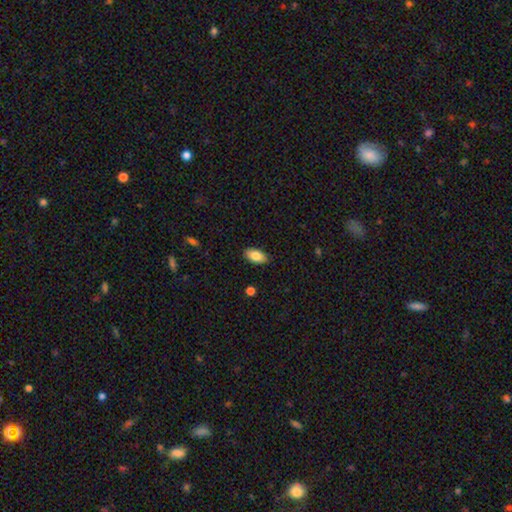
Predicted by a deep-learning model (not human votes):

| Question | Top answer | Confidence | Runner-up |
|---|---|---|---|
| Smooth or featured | smooth | 84% | featured or disk (9%) |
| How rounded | in between | 93% | cigar-shaped (4%) |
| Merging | none | 88% | minor disturbance (9%) |